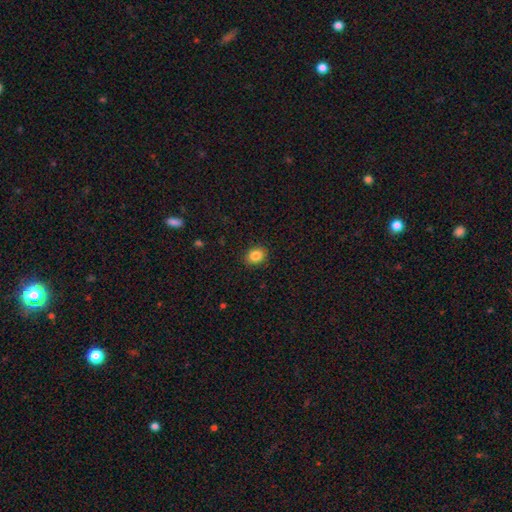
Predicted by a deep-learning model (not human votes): This appears to be a smooth galaxy with no disk features (85%) that is round (50%). Merging: none (89%).